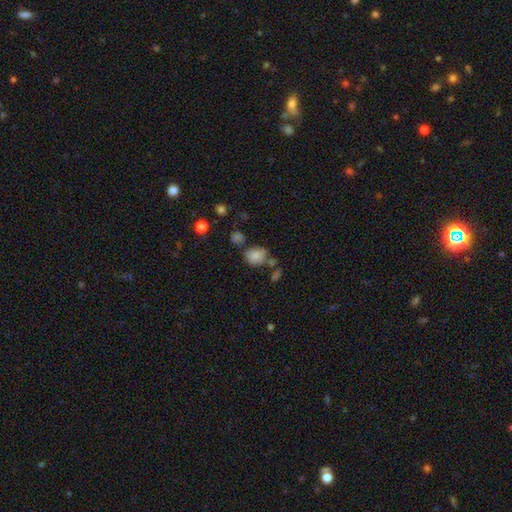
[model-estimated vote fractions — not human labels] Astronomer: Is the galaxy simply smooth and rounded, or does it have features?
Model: smooth — 78%.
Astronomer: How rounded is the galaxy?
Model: round — 57% (runner-up: in between, 42%).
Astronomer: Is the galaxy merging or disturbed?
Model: none — 50%.